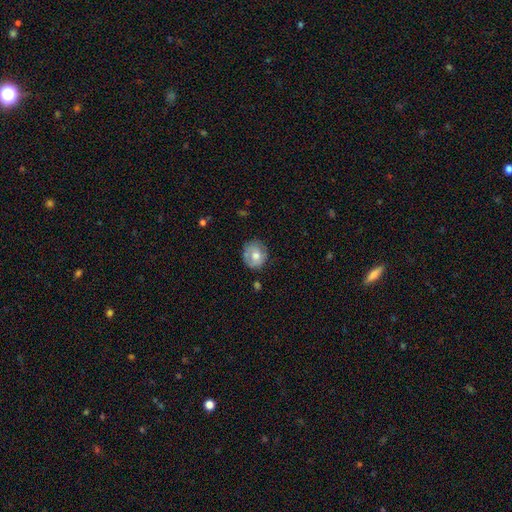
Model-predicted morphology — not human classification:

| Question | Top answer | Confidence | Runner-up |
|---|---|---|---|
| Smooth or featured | smooth | 64% | featured or disk (28%) |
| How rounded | round | 73% | in between (27%) |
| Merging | none | 68% | minor disturbance (23%) |